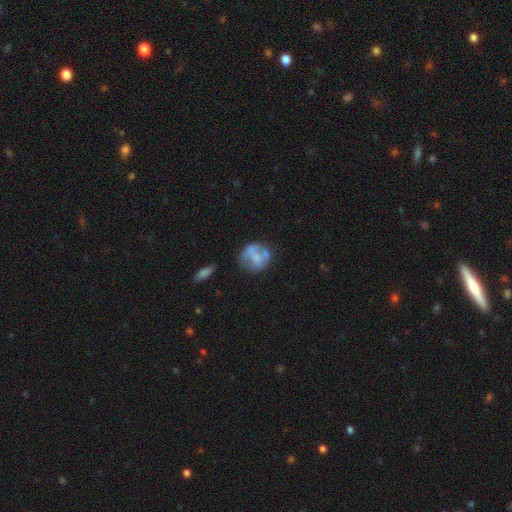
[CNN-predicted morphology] The model was most divided on "smooth or featured": smooth: 51%, featured or disk: 40%, star or artifact: 8%. More confident: how rounded — round (76%); merging — none (52%).